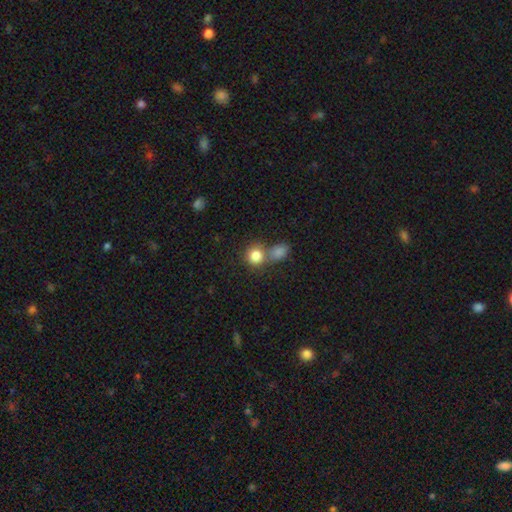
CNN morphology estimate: Q: Smooth or featured?
A: smooth (83%); runner-up: star or artifact (10%)
Q: How rounded?
A: round (84%); runner-up: in between (15%)
Q: Merging?
A: none (49%); runner-up: merger (39%)